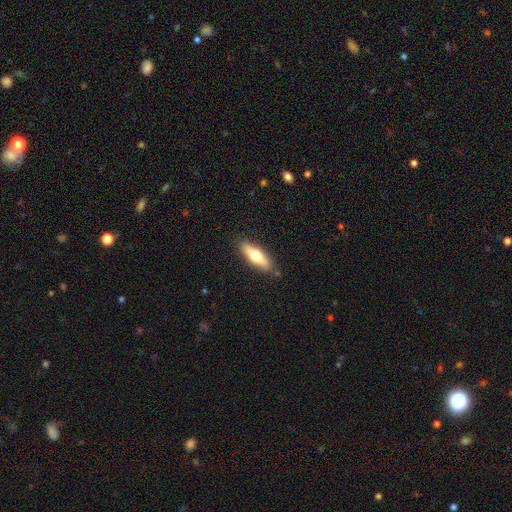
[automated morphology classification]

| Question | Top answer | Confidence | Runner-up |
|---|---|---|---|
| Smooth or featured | smooth | 56% | featured or disk (38%) |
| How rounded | cigar-shaped | 55% | in between (43%) |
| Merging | none | 86% | minor disturbance (10%) |